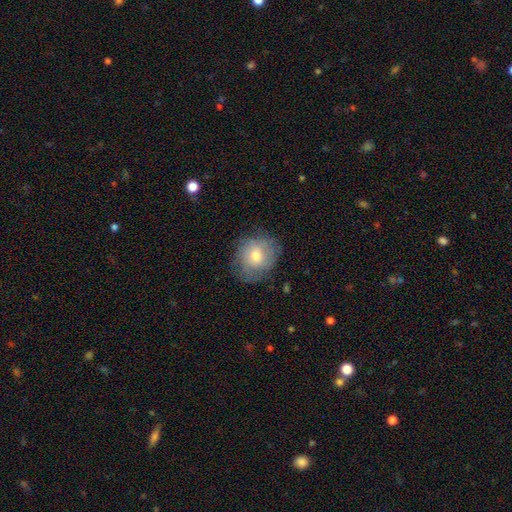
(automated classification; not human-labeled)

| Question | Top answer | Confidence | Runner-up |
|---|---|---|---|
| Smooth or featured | smooth | 61% | featured or disk (30%) |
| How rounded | round | 78% | in between (21%) |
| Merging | none | 71% | minor disturbance (20%) |